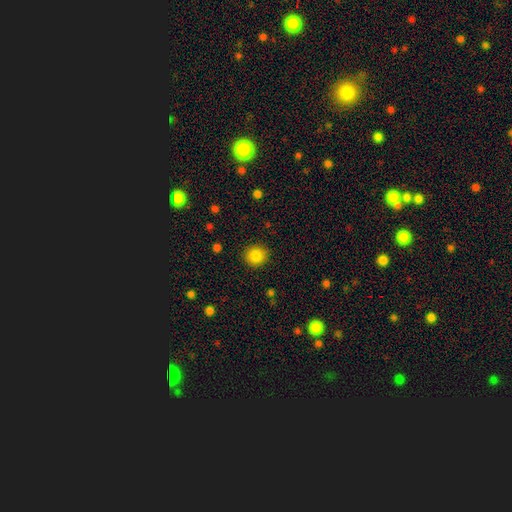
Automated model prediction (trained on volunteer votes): smooth-or-featured: smooth: 84% | star or artifact: 10% | featured or disk: 6%
  how-rounded: round: 89% | in between: 10% | cigar-shaped: 1%
  merging: none: 91% | minor disturbance: 6% | major disturbance: 2% | merger: 1%